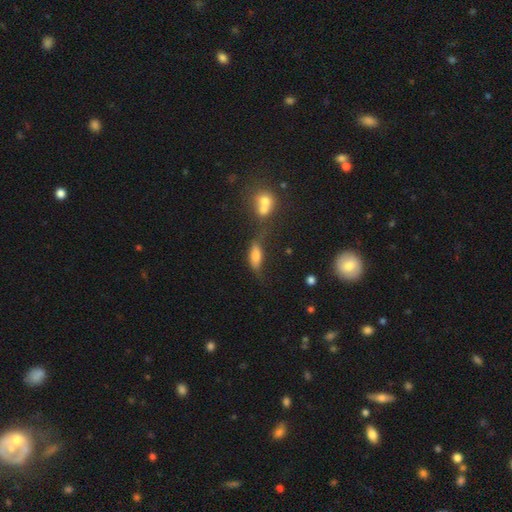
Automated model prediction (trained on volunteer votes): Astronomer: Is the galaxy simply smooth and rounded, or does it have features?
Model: smooth — 67%.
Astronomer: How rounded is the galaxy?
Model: in between — 70%.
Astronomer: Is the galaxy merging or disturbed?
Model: none — 43% (runner-up: minor disturbance, 27%).